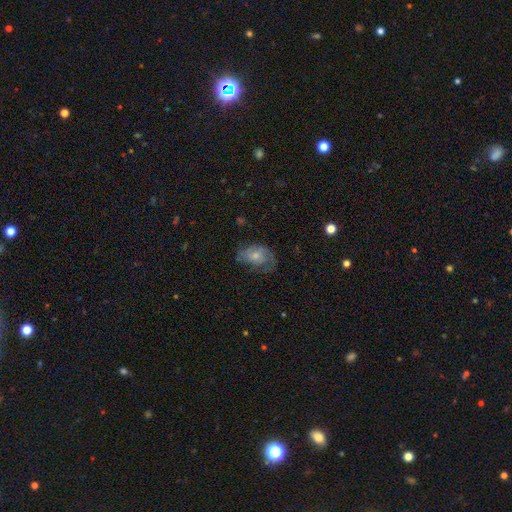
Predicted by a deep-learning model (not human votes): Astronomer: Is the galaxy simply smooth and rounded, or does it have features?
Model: featured or disk — 50% (runner-up: smooth, 42%).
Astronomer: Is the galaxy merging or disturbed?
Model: none — 48% (runner-up: minor disturbance, 27%).